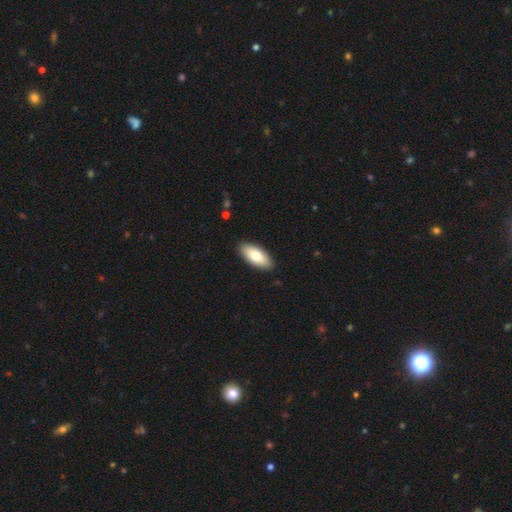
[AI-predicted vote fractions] This appears to be a smooth galaxy with no disk features (79%) that is in between round and cigar-shaped (88%). Merging: none (89%).